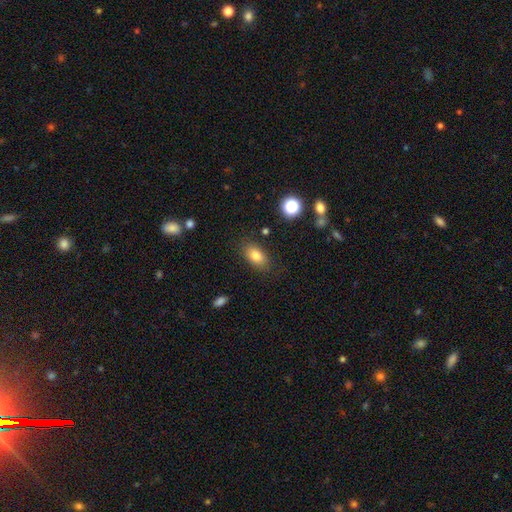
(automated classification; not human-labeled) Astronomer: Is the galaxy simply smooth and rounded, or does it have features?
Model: smooth — 81%.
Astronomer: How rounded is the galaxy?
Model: in between — 88%.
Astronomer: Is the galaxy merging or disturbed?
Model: none — 82%.